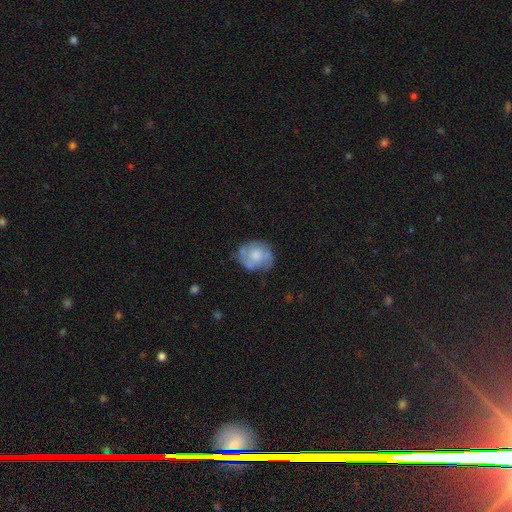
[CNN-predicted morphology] smooth_or_featured: smooth (p=0.49) [alt: featured or disk p=0.44]
merging: none (p=0.58) [alt: minor disturbance p=0.27]